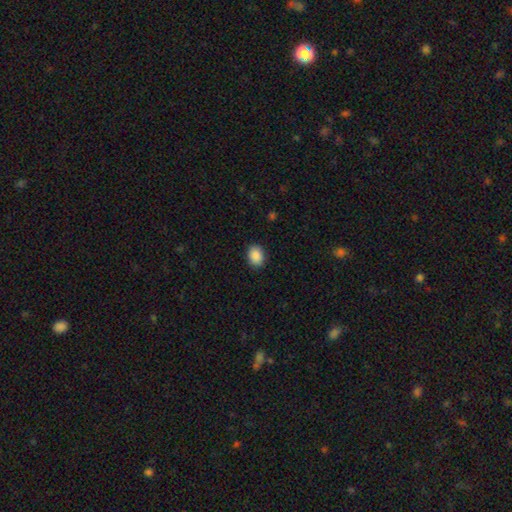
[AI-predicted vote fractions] Smooth or featured?
  - smooth: 90% *
  - star or artifact: 8%
  - featured or disk: 3%
How rounded?
  - in between: 65% *
  - round: 34%
  - cigar-shaped: 1%
Merging?
  - none: 89% *
  - minor disturbance: 8%
  - major disturbance: 2%
  - merger: 1%